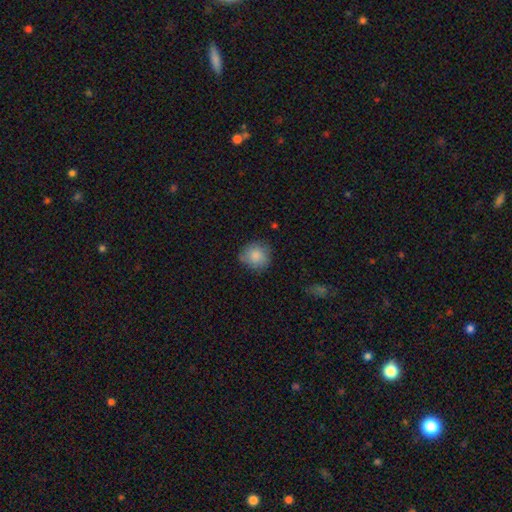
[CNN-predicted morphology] Q: Smooth or featured?
A: smooth (82%); runner-up: featured or disk (11%)
Q: How rounded?
A: round (88%); runner-up: in between (12%)
Q: Merging?
A: none (74%); runner-up: minor disturbance (20%)